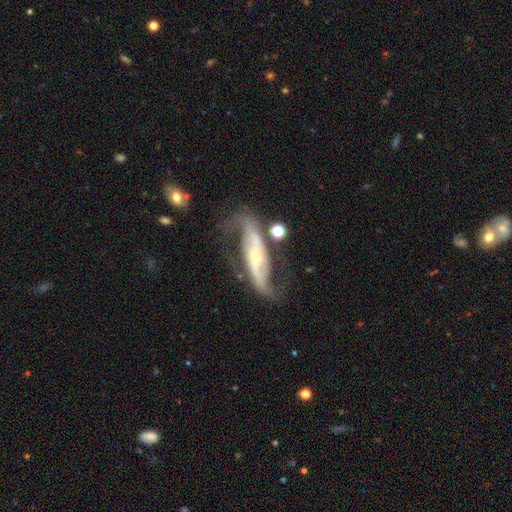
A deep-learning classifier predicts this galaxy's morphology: Smooth or featured? Predicted: featured or disk (p=0.87). Edge-on disk? Predicted: no (p=0.88). Bar? Predicted: strong (p=0.48). Spiral arms? Predicted: yes (p=0.95). Spiral winding? Predicted: loose (p=0.56). Spiral arm count? Predicted: 2 (p=0.90). Bulge size? Predicted: small (p=0.59). Merging? Predicted: none (p=0.62).